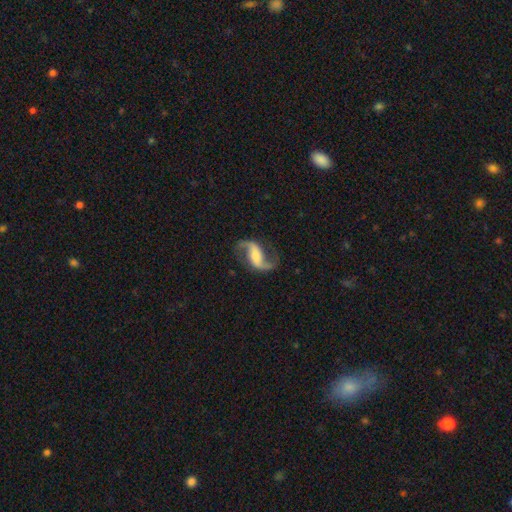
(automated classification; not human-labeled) Overall: featured or disk (89%). Edge-on disk: no (97%). Bar: weak (37%; strong 32%). Spiral arms: yes (97%). Spiral arm count: 2 (94%). Spiral winding: loose (70%). Bulge size: small (34%; moderate 29%). Merging: none (79%).